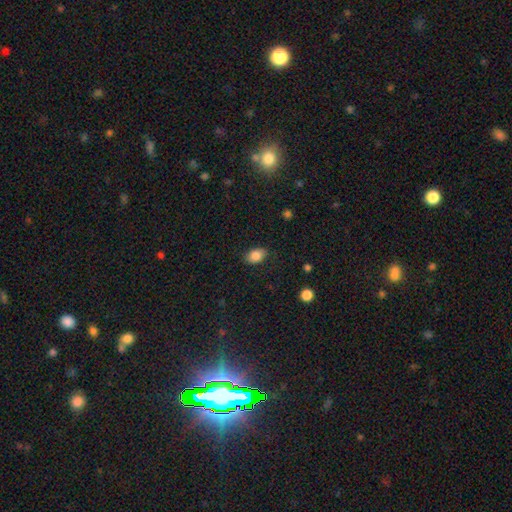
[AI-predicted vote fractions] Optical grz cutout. It shows a smooth galaxy with no disk features (86%) that is in between round and cigar-shaped (84%). Merging: none (81%).